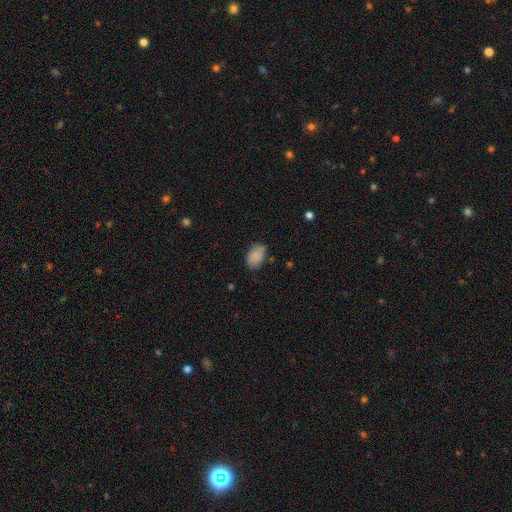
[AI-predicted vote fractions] A smooth galaxy with no disk features (86%) that is in between round and cigar-shaped (87%). Merging: none (77%).